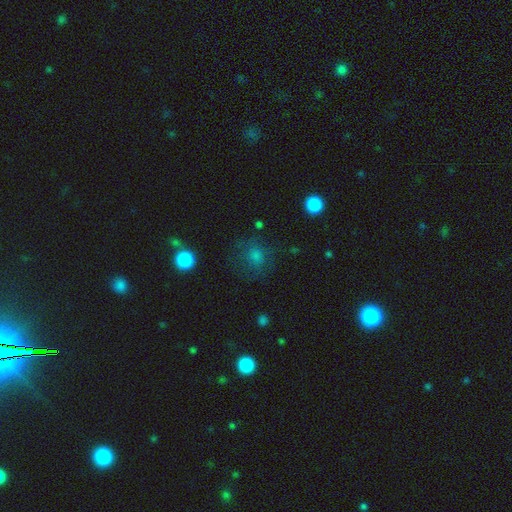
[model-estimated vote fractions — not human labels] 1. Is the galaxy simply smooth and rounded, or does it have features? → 61% smooth, 24% star or artifact, 15% featured or disk.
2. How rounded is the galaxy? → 83% round, 16% in between, 1% cigar-shaped.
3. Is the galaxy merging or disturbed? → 72% none, 15% minor disturbance, 10% major disturbance, 2% merger.